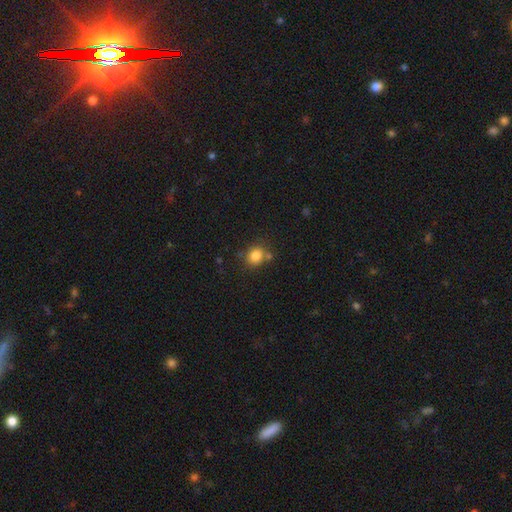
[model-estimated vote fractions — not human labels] Q: Smooth or featured?
A: smooth (83%); runner-up: star or artifact (11%)
Q: How rounded?
A: round (73%); runner-up: in between (26%)
Q: Merging?
A: none (70%); runner-up: minor disturbance (13%)